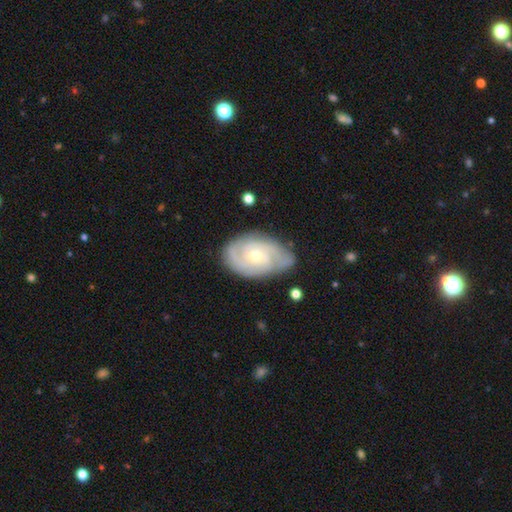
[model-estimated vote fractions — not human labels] featured or disk 84%, smooth 11%, star or artifact 5%. Down the decision tree: edge-on disk — no (96%); bar — no (73%); spiral arms — yes (96%); spiral arm count — 2 (35%); spiral winding — tight (67%); bulge size — small (62%); merging — none (76%).